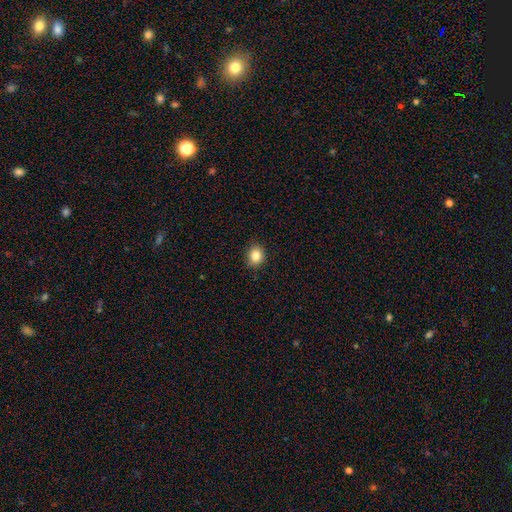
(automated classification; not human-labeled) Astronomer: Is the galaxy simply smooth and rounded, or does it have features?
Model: smooth — 84%.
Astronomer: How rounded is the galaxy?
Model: round — 65%.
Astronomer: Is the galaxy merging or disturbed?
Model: none — 88%.